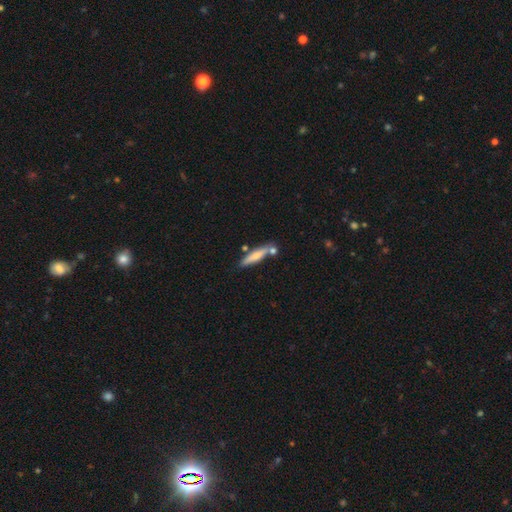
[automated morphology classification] Smooth or featured?
  - smooth: 63% *
  - featured or disk: 30%
  - star or artifact: 6%
How rounded?
  - cigar-shaped: 85% *
  - in between: 13%
  - round: 2%
Merging?
  - none: 70% *
  - merger: 14%
  - minor disturbance: 14%
  - major disturbance: 3%